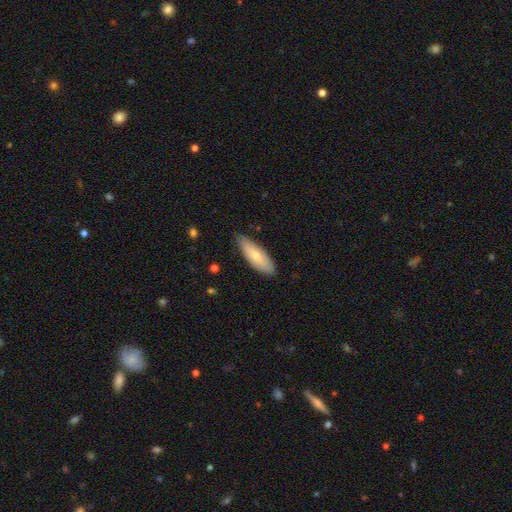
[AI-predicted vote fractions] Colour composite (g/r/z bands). It shows a smooth galaxy with no disk features (70%) that is in between round and cigar-shaped (60%). Merging: none (82%).